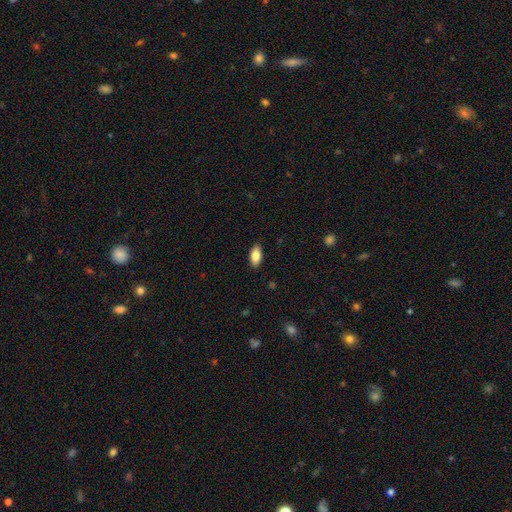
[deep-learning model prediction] Smooth or featured?
  - smooth: 85% *
  - featured or disk: 9%
  - star or artifact: 7%
How rounded?
  - in between: 90% *
  - cigar-shaped: 7%
  - round: 3%
Merging?
  - none: 88% *
  - minor disturbance: 9%
  - major disturbance: 2%
  - merger: 1%